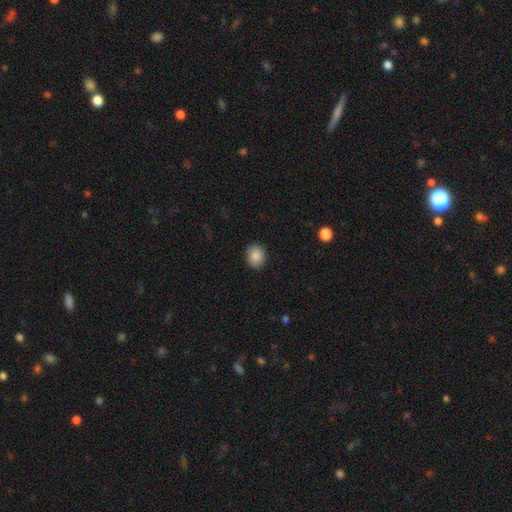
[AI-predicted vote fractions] A smooth galaxy with no disk features (88%) that is round (57%). Merging: none (90%).